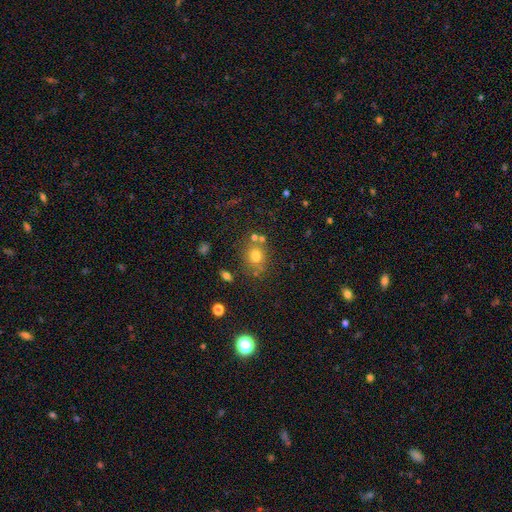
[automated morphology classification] Smooth or featured?
  - smooth: 70% *
  - star or artifact: 19%
  - featured or disk: 11%
How rounded?
  - round: 73% *
  - in between: 26%
  - cigar-shaped: 1%
Merging?
  - none: 71% *
  - merger: 13%
  - minor disturbance: 12%
  - major disturbance: 4%